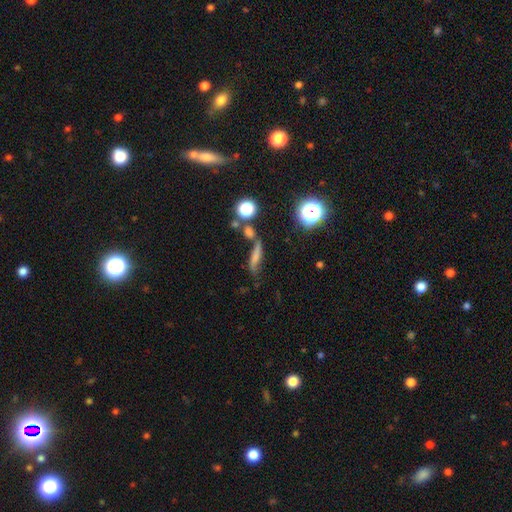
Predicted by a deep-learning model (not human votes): A smooth galaxy with no disk features (55%) that is cigar-shaped (62%). Merging: none (49%).